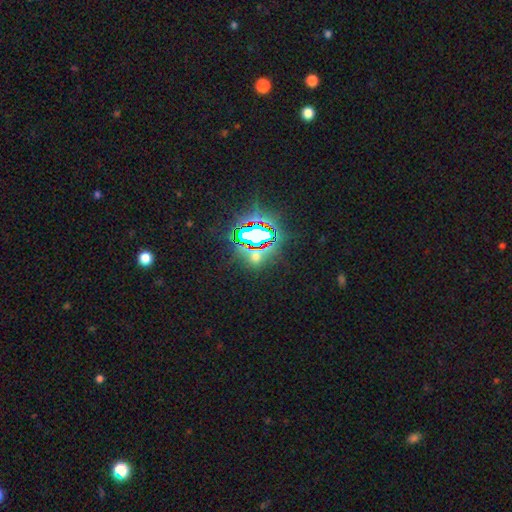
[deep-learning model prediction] smooth-or-featured: star or artifact: 71% | smooth: 20% | featured or disk: 9%